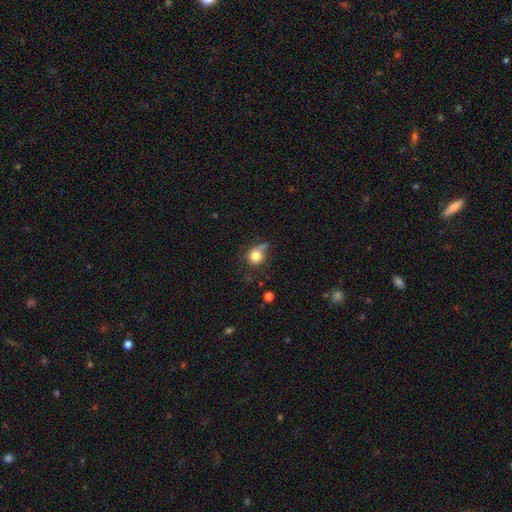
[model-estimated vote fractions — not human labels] Smooth or featured: smooth — 78% (featured or disk — 11%)
How rounded: round — 84% (in between — 15%)
Merging: none — 48% (minor disturbance — 26%)